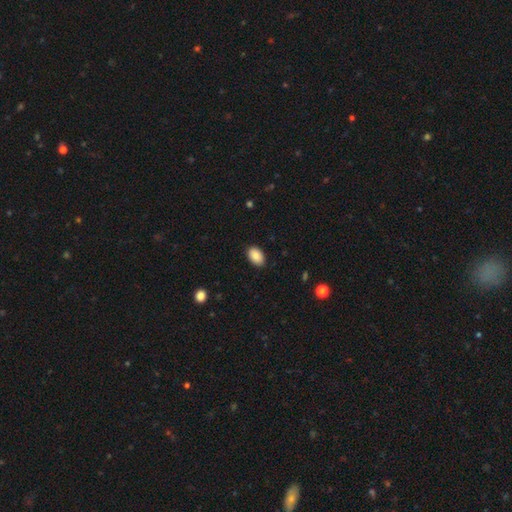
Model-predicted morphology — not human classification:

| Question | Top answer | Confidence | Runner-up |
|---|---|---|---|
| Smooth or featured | smooth | 88% | star or artifact (7%) |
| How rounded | in between | 88% | round (11%) |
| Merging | none | 88% | minor disturbance (9%) |